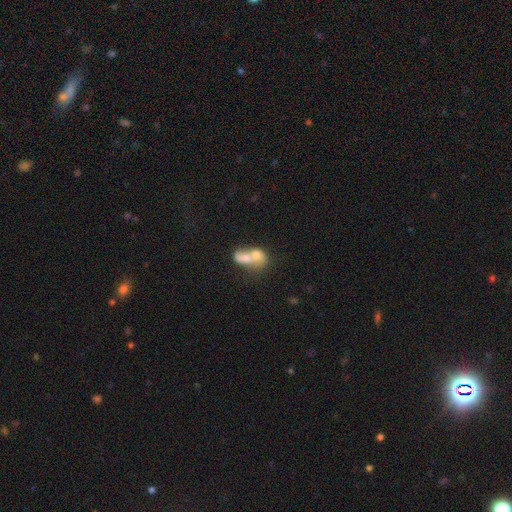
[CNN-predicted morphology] A smooth galaxy with no disk features (61%) that is in between round and cigar-shaped (66%). Merging: merger (77%).